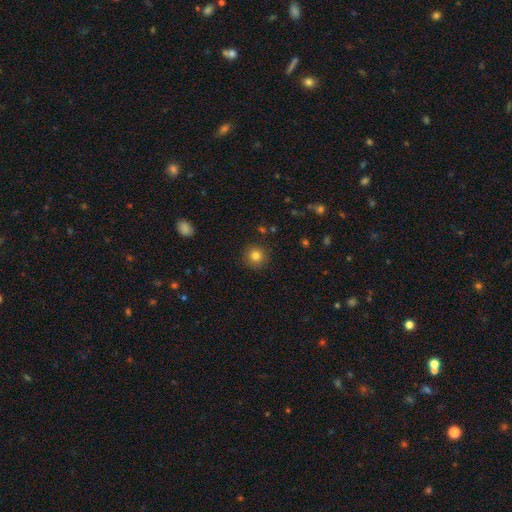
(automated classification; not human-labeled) A smooth galaxy with no disk features (82%) that is round (94%).

Vote fractions:
- Smooth or featured? smooth: 82% / star or artifact: 12% / featured or disk: 7%
- How rounded? round: 94% / in between: 5% / cigar-shaped: 1%
- Merging? none: 89% / minor disturbance: 8% / major disturbance: 2% / merger: 1%